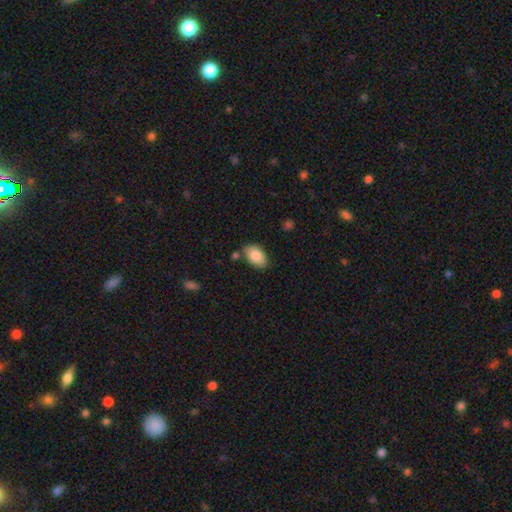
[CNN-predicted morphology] Q: Smooth or featured?
A: smooth (87%); runner-up: featured or disk (7%)
Q: How rounded?
A: in between (93%); runner-up: round (6%)
Q: Merging?
A: none (76%); runner-up: minor disturbance (15%)